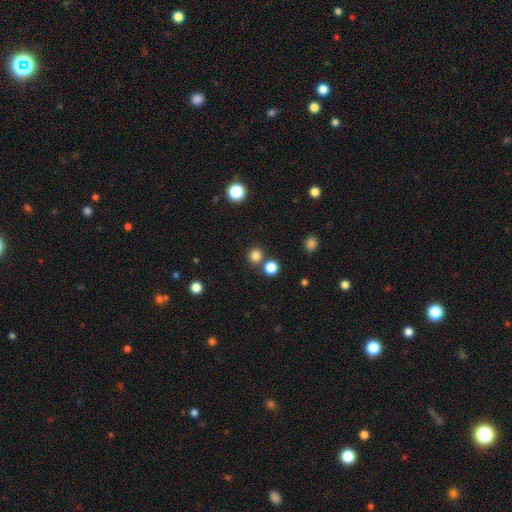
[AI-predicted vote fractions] The model was most divided on "merging": none: 78%, merger: 13%, minor disturbance: 7%, major disturbance: 3%. More confident: how rounded — round (91%); smooth or featured — smooth (81%).